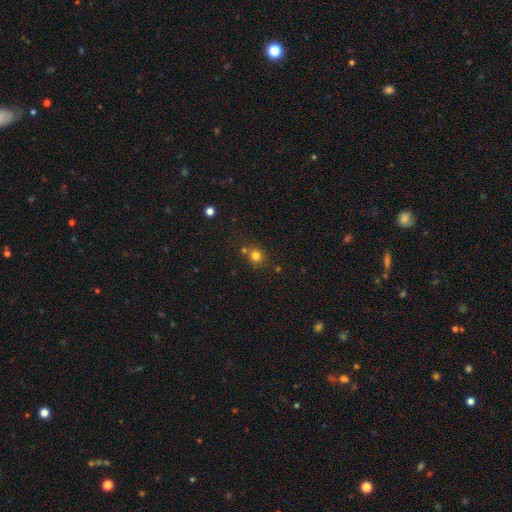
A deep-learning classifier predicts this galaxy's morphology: smooth_or_featured: smooth (p=0.78) [alt: star or artifact p=0.15]
how_rounded: round (p=0.85) [alt: in between p=0.14]
merging: none (p=0.71) [alt: merger p=0.16]